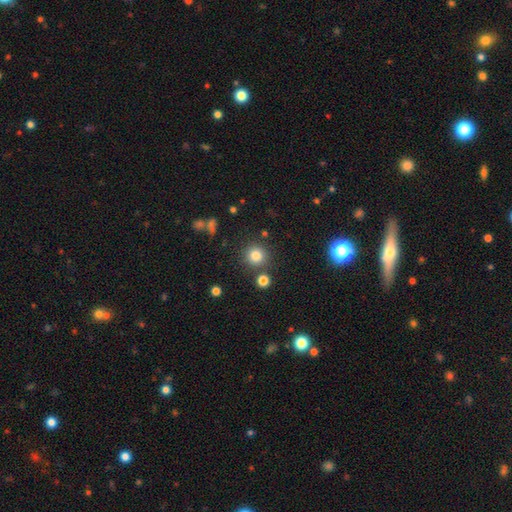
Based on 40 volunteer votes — Volunteers were most divided on "smooth or featured": smooth: 80%, star or artifact: 12%, featured or disk: 8%. More confident: how rounded — round (94%); merging — none (83%).